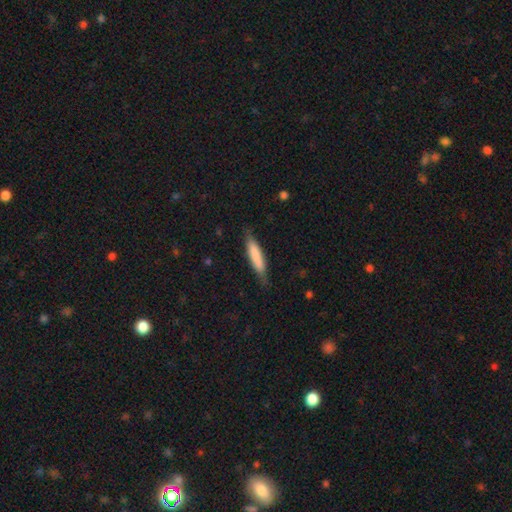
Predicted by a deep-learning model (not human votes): Smooth or featured? Predicted: smooth (p=0.78). How rounded? Predicted: cigar-shaped (p=0.84). Merging? Predicted: none (p=0.78).